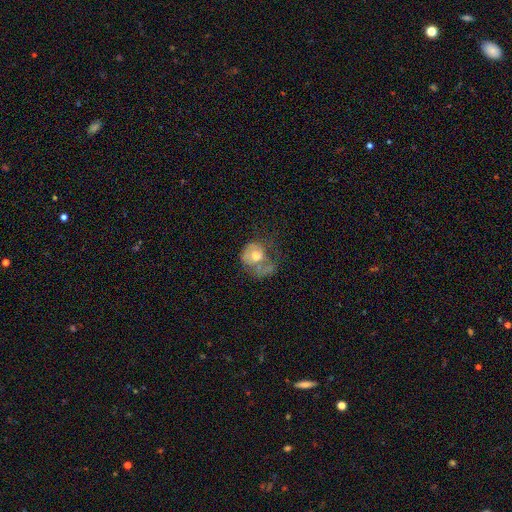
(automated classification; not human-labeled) Smooth or featured? Predicted: smooth (p=0.54). How rounded? Predicted: round (p=0.63). Merging? Predicted: major disturbance (p=0.39).